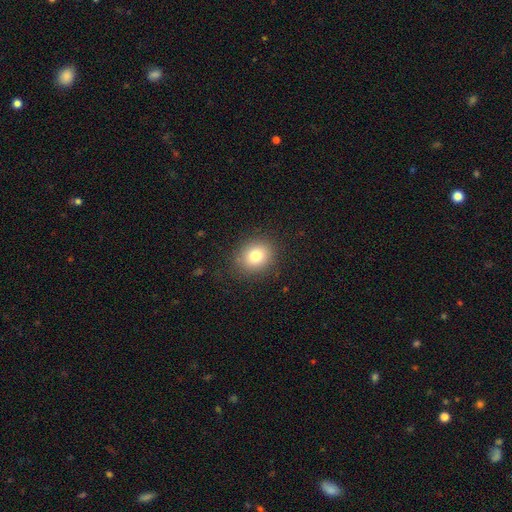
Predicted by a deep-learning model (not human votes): Morphology: type=smooth (79%); roundness=round (63%); merging=none (88%).